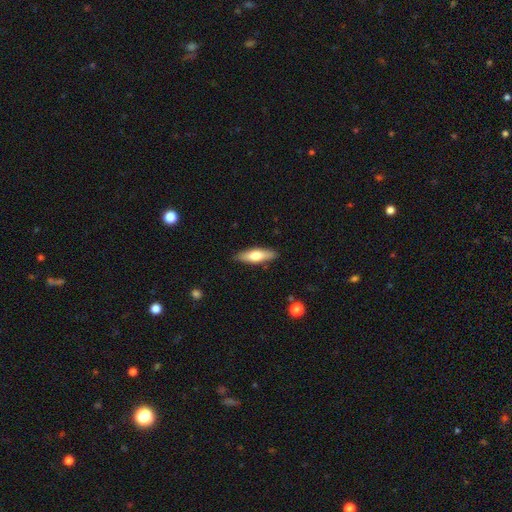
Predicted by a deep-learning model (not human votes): Smooth or featured? Predicted: smooth (p=0.59). How rounded? Predicted: cigar-shaped (p=0.55). Merging? Predicted: none (p=0.87).